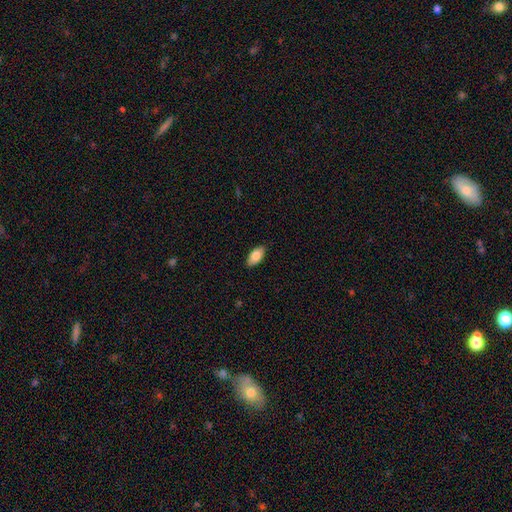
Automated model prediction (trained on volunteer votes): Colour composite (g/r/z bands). It shows a smooth galaxy with no disk features (86%) that is in between round and cigar-shaped (93%). Merging: none (88%).